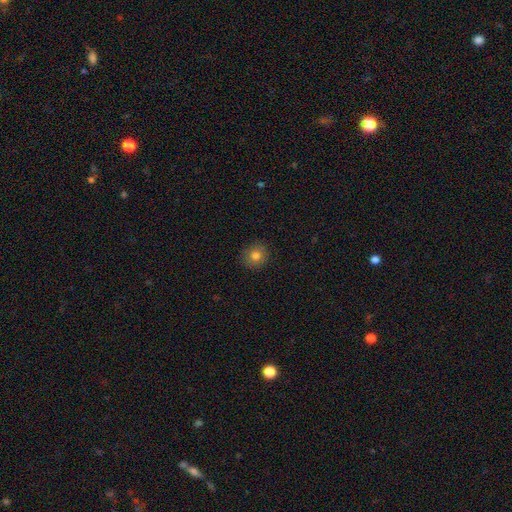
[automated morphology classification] Smooth or featured?
  - smooth: 79% *
  - star or artifact: 13%
  - featured or disk: 9%
How rounded?
  - round: 87% *
  - in between: 12%
  - cigar-shaped: 1%
Merging?
  - none: 90% *
  - minor disturbance: 7%
  - major disturbance: 2%
  - merger: 1%